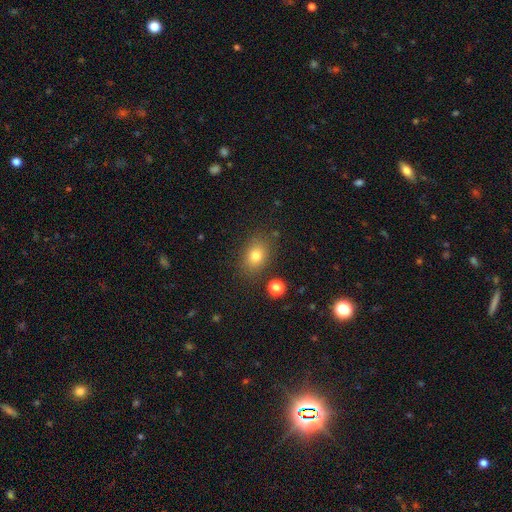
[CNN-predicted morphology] The model was most divided on "how rounded": in between: 68%, round: 31%, cigar-shaped: 1%. More confident: merging — none (82%); smooth or featured — smooth (79%).